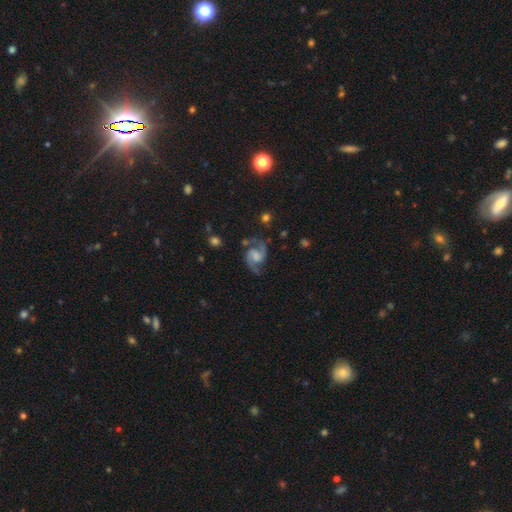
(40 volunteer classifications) A featured or disk galaxy (98%) with a weak bar (54%), 2 (97%) medium (55%) spiral arms (97%) and a moderate central bulge (38%). Merging: none (75%).